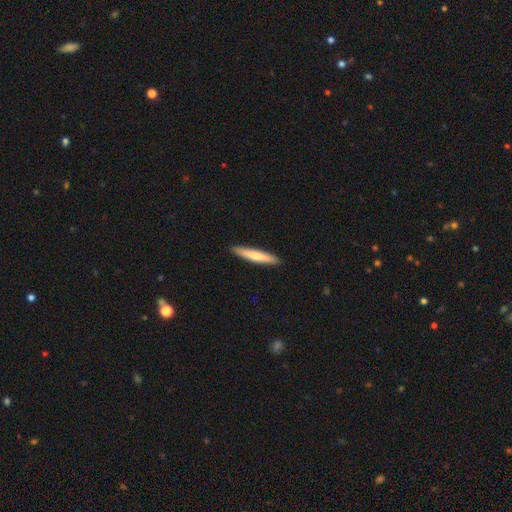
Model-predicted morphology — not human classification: smooth 69%, featured or disk 26%, star or artifact 5%. Down the decision tree: how rounded — cigar-shaped (93%); merging — none (91%).